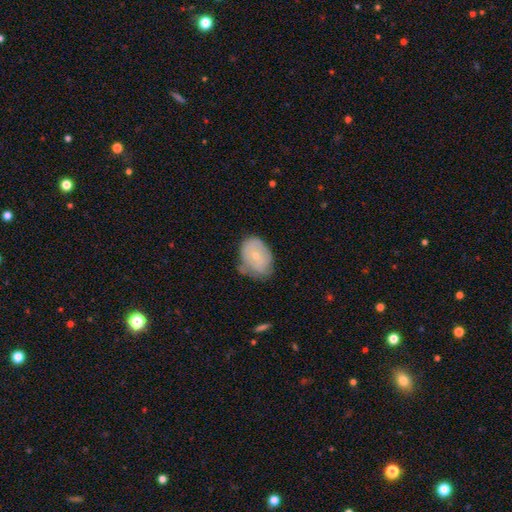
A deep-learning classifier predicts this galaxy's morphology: Overall: smooth (54%; featured or disk 39%). How rounded: in between (65%; round 33%). Merging: none (44%; minor disturbance 39%).